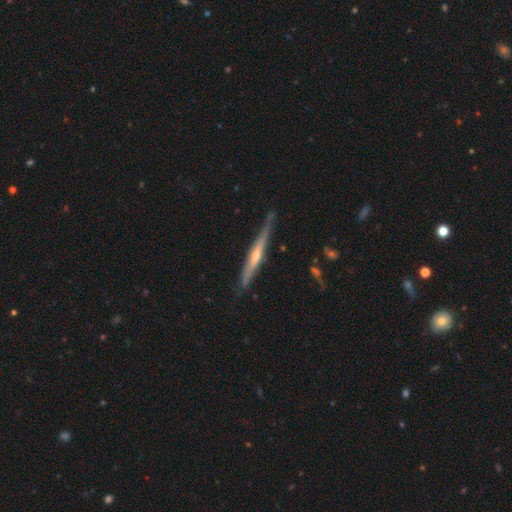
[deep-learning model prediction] Smooth or featured: featured or disk — 70% (smooth — 24%)
Edge-on disk: yes — 96% (no — 4%)
Edge-on bulge: rounded — 67% (none — 27%)
Merging: none — 77% (minor disturbance — 18%)